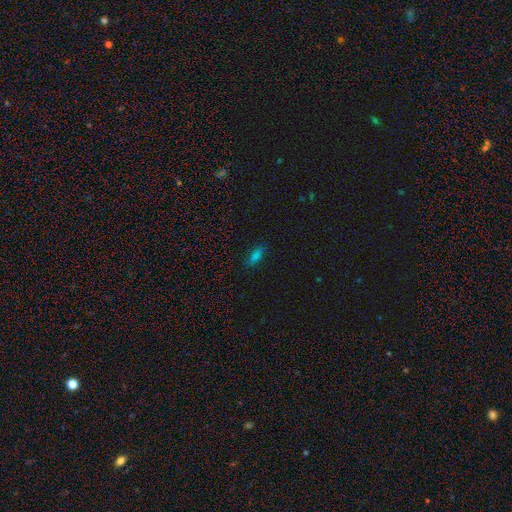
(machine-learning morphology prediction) A smooth galaxy with no disk features (74%) that is in between round and cigar-shaped (64%). Merging: none (83%).